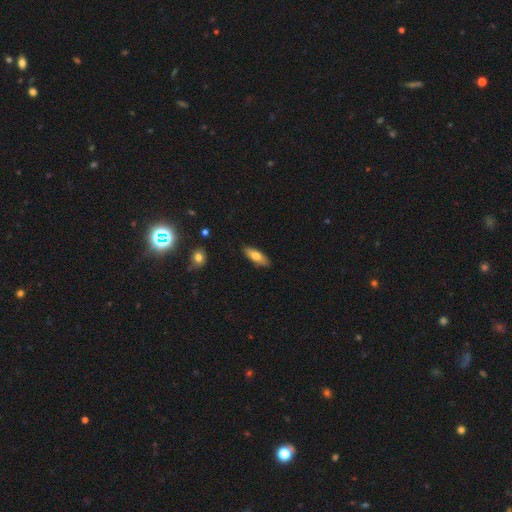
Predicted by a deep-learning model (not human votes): The model was most divided on "how rounded": in between: 61%, cigar-shaped: 37%, round: 2%. More confident: merging — none (87%); smooth or featured — smooth (74%).